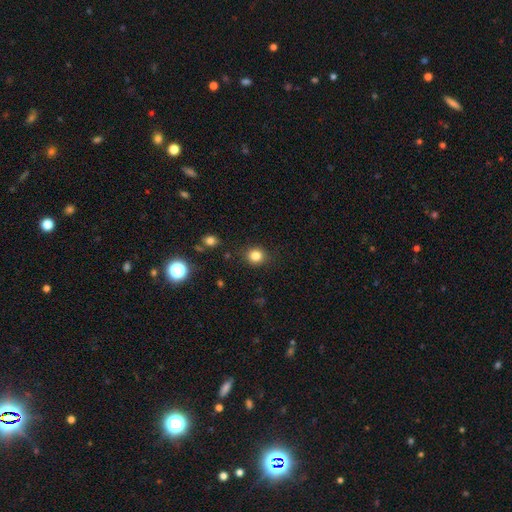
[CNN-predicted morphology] This appears to be a smooth galaxy with no disk features (82%) that is round (84%). Merging: none (87%).